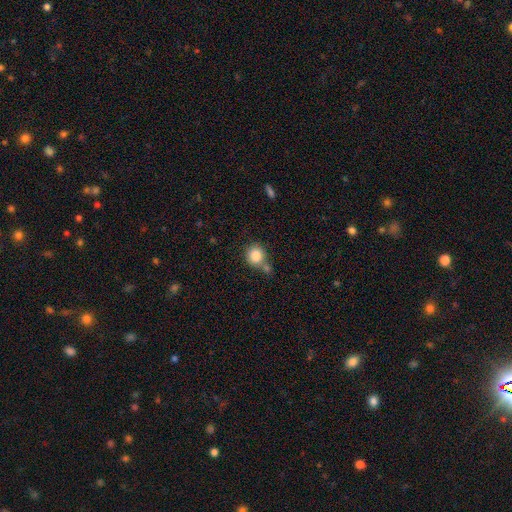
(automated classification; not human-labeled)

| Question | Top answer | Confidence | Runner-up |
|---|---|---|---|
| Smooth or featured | smooth | 85% | star or artifact (9%) |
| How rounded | round | 84% | in between (15%) |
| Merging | none | 54% | merger (28%) |